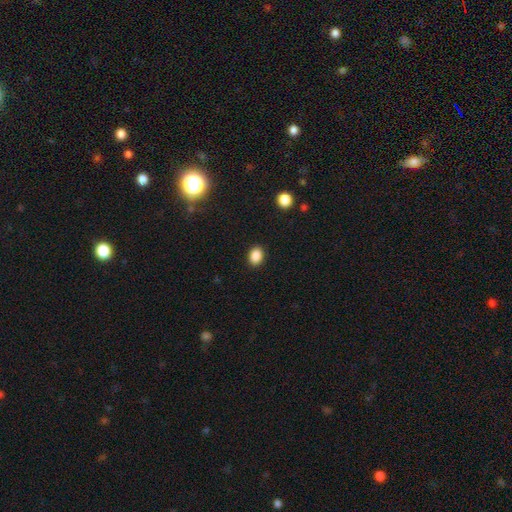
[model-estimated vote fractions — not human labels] The model was most divided on "how rounded": in between: 67%, round: 32%, cigar-shaped: 1%. More confident: merging — none (90%); smooth or featured — smooth (88%).